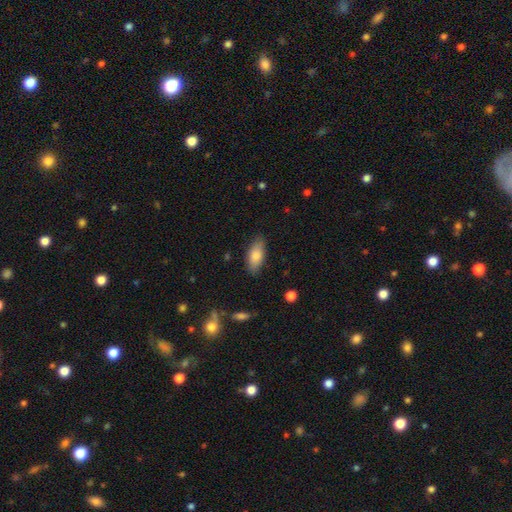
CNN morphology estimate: A smooth galaxy with no disk features (80%) that is in between round and cigar-shaped (85%).

Vote fractions:
- Smooth or featured? smooth: 80% / featured or disk: 13% / star or artifact: 7%
- How rounded? in between: 85% / cigar-shaped: 12% / round: 3%
- Merging? none: 83% / minor disturbance: 13% / major disturbance: 3% / merger: 1%